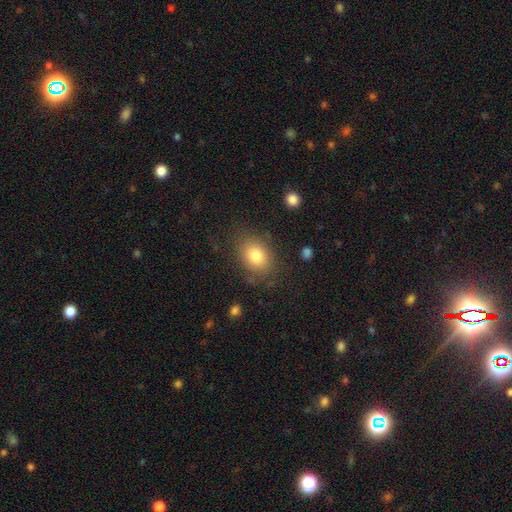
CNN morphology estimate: Smooth or featured: smooth — 79% (featured or disk — 12%)
How rounded: in between — 65% (round — 34%)
Merging: none — 77% (minor disturbance — 15%)